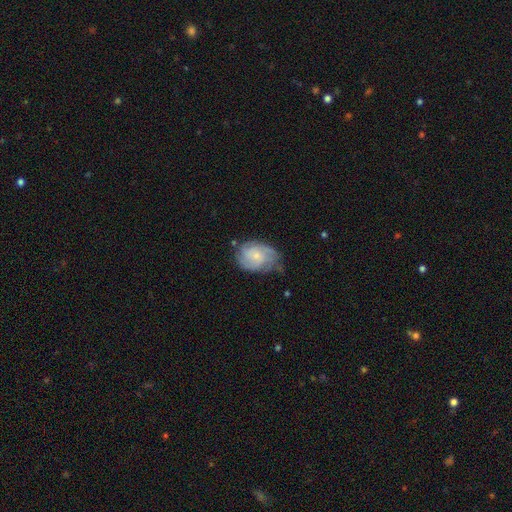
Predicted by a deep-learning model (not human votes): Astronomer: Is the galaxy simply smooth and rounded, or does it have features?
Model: featured or disk — 71%.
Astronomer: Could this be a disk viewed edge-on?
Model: no — 98%.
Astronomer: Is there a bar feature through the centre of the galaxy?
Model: no — 71%.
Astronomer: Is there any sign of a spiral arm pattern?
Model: yes — 92%.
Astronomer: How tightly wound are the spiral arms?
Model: tight — 52% (runner-up: medium, 37%).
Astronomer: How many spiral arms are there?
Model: can't tell — 30% (runner-up: 3, 27%).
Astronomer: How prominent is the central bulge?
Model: small — 64%.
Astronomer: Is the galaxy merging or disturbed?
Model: none — 58%.